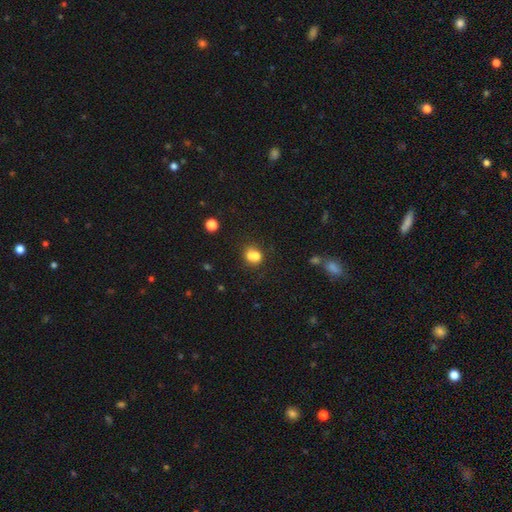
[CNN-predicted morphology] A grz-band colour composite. It shows a smooth galaxy with no disk features (71%) that is round (67%). Merging: merger (53%).